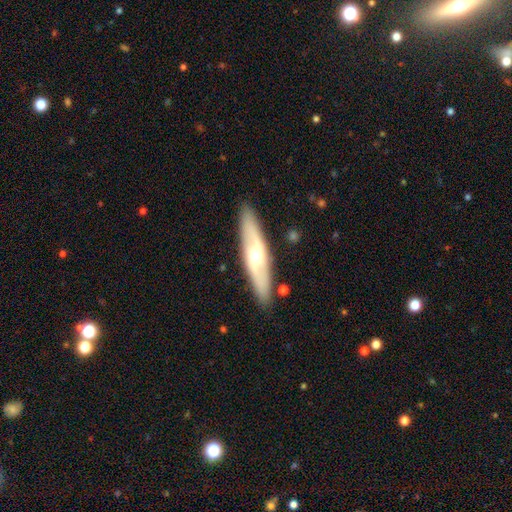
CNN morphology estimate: Smooth or featured: featured or disk — 62% (smooth — 32%)
Edge-on disk: yes — 53% (no — 47%)
Merging: none — 87% (minor disturbance — 10%)